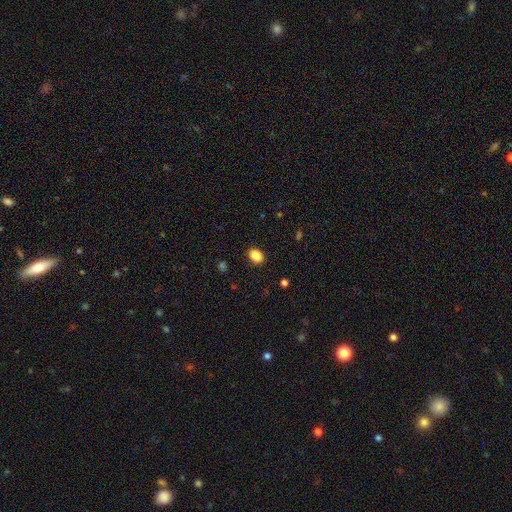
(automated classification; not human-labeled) Smooth or featured? smooth (87%)
How rounded? in between (74%)
Merging? none (89%)